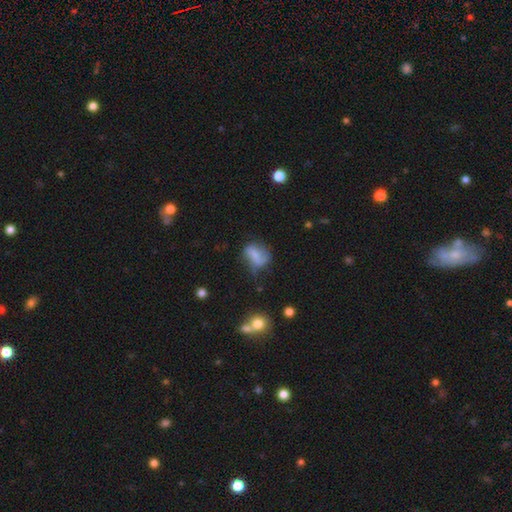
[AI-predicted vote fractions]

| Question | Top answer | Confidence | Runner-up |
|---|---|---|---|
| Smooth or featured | smooth | 53% | featured or disk (36%) |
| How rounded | in between | 69% | round (27%) |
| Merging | none | 39% | minor disturbance (31%) |